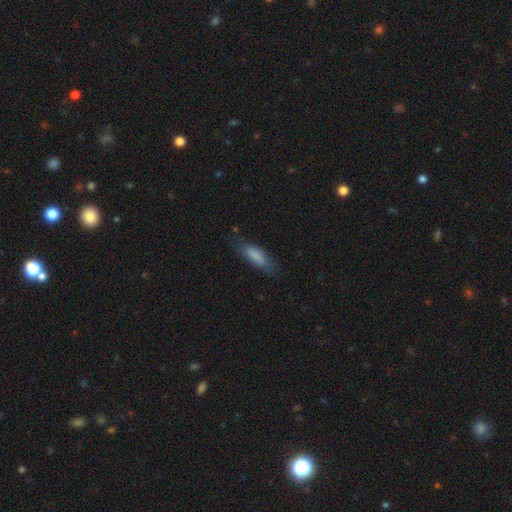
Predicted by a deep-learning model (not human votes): Smooth or featured? smooth (78%)
How rounded? in between (54%)
Merging? none (68%)